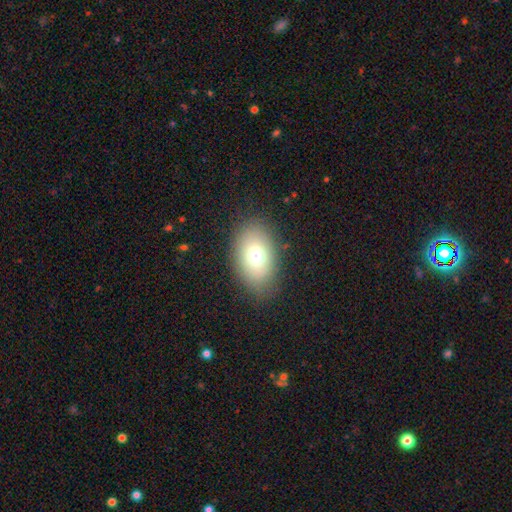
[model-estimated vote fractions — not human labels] This appears to be a smooth galaxy with no disk features (71%) that is in between round and cigar-shaped (83%). Merging: none (83%).